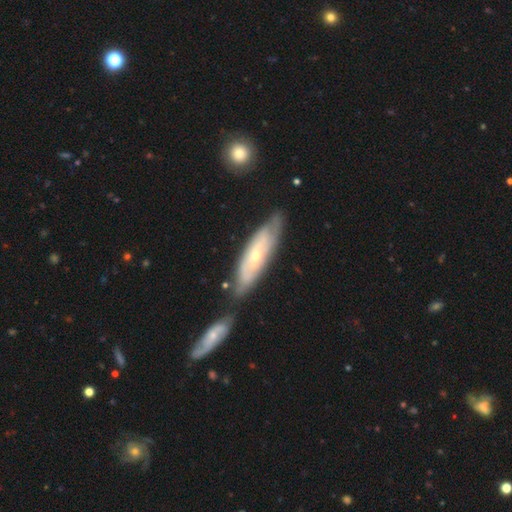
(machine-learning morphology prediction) Smooth or featured?
  - featured or disk: 60% *
  - smooth: 34%
  - star or artifact: 6%
Edge-on disk?
  - no: 72% *
  - yes: 28%
Merging?
  - none: 61% *
  - minor disturbance: 20%
  - merger: 14%
  - major disturbance: 5%